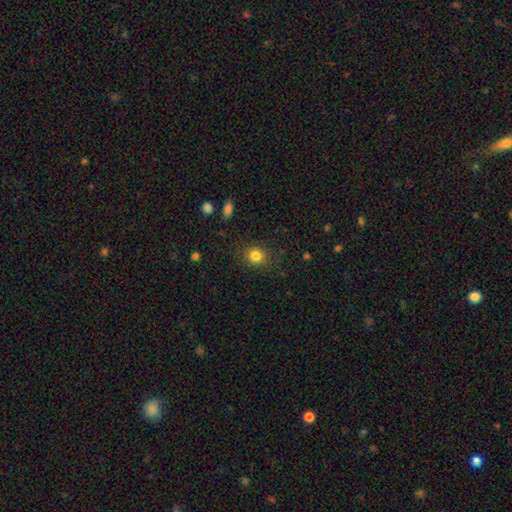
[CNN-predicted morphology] Smooth or featured? smooth (83%)
How rounded? round (77%)
Merging? none (86%)